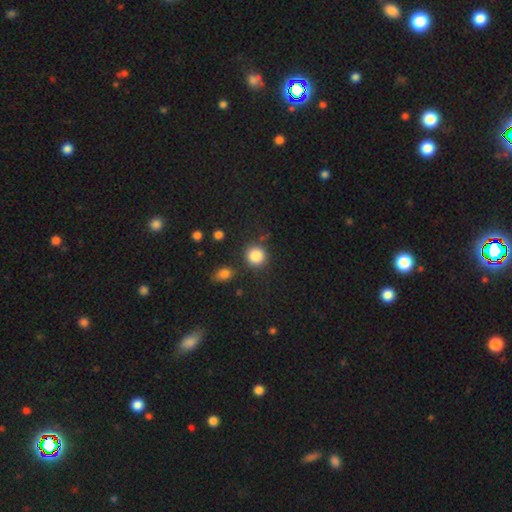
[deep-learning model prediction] Overall: smooth (86%). How rounded: round (90%). Merging: none (82%).